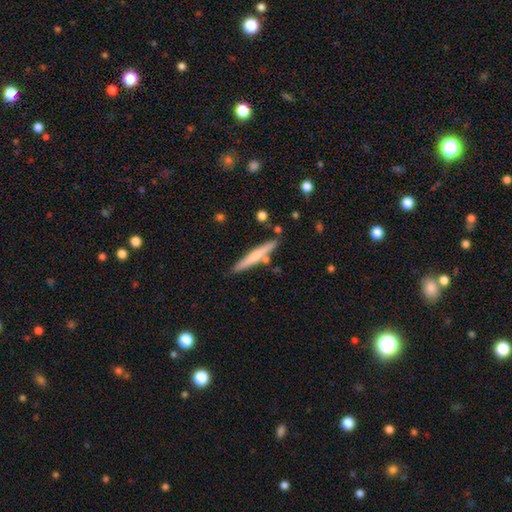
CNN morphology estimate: smooth-or-featured: smooth: 57% | featured or disk: 38% | star or artifact: 6%
  how-rounded: cigar-shaped: 95% | in between: 4% | round: 1%
  merging: none: 83% | minor disturbance: 10% | merger: 6% | major disturbance: 2%